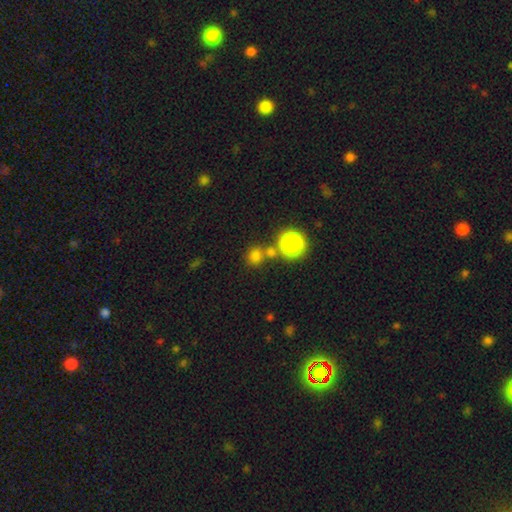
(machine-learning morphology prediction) smooth-or-featured: smooth: 75% | star or artifact: 19% | featured or disk: 7%
  how-rounded: round: 87% | in between: 12% | cigar-shaped: 1%
  merging: none: 66% | merger: 22% | minor disturbance: 9% | major disturbance: 4%